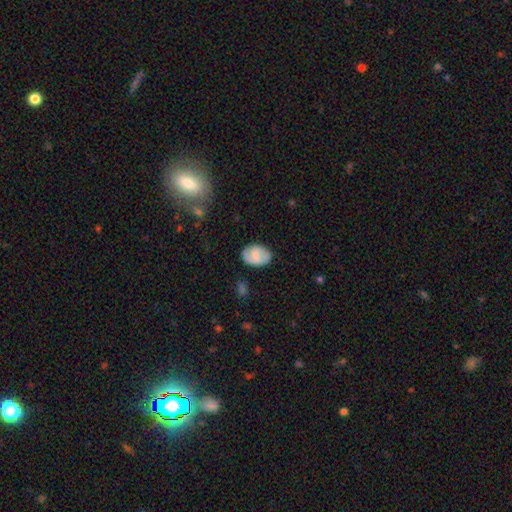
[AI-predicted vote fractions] Morphology: type=smooth (47%); merging=none (77%).